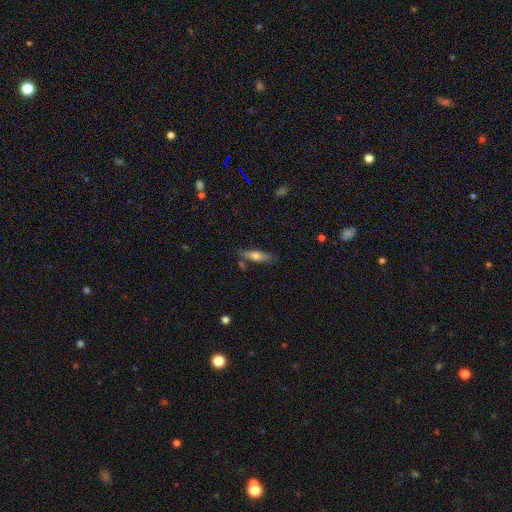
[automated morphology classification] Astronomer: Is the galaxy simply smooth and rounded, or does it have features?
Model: smooth — 53% (runner-up: featured or disk, 41%).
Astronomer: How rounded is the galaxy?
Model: cigar-shaped — 62%.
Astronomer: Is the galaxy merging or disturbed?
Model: none — 75%.